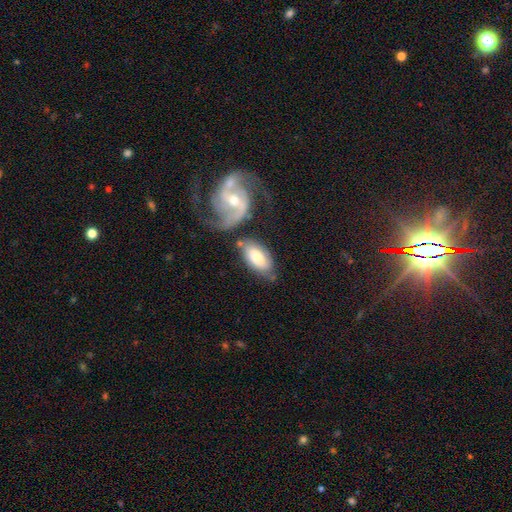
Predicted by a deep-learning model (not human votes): A smooth galaxy with no disk features (61%) that is in between round and cigar-shaped (92%).

Vote fractions:
- Smooth or featured? smooth: 61% / featured or disk: 33% / star or artifact: 6%
- How rounded? in between: 92% / round: 4% / cigar-shaped: 4%
- Merging? none: 46% / merger: 22% / minor disturbance: 21% / major disturbance: 11%